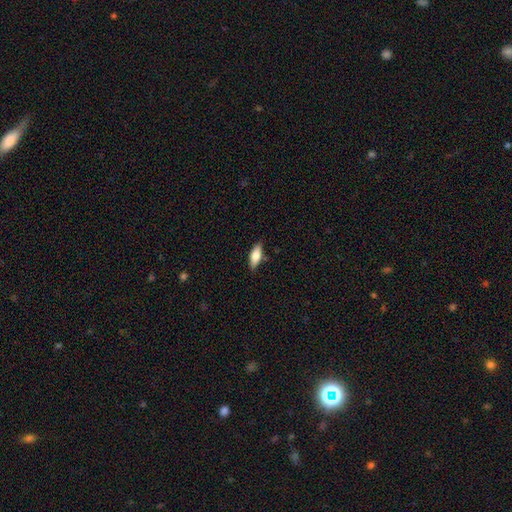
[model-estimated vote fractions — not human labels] A smooth galaxy with no disk features (67%) that is in between round and cigar-shaped (71%). Merging: none (81%).